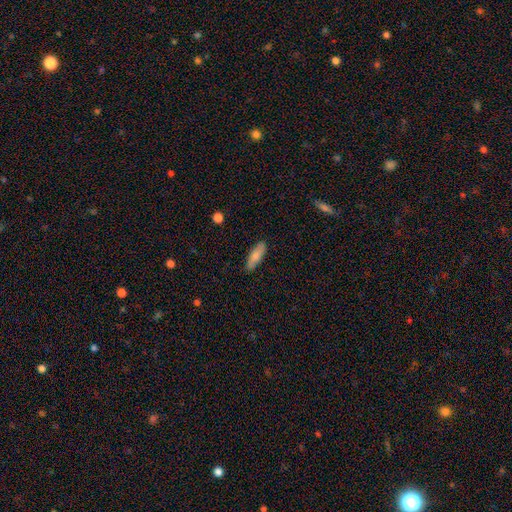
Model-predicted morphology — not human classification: Smooth or featured? smooth (81%)
How rounded? in between (54%)
Merging? none (84%)